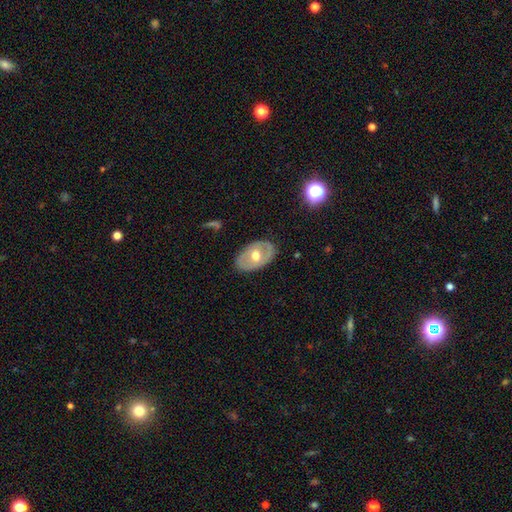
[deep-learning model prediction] This is possibly a featured or disk galaxy (53%). It is clearly not viewed edge-on (88%). Merging: clearly none (82%).